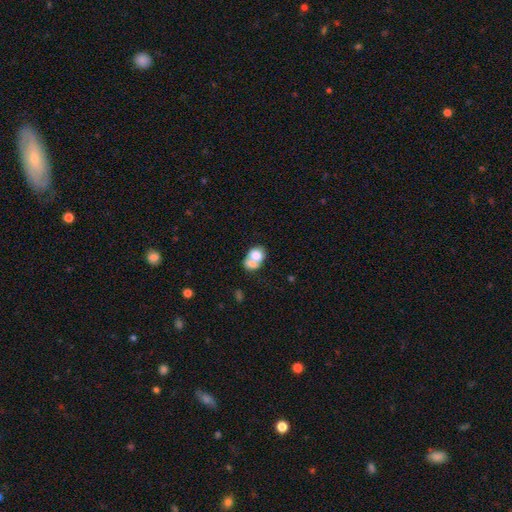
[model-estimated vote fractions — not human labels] Smooth or featured? Predicted: smooth (p=0.73). How rounded? Predicted: in between (p=0.56). Merging? Predicted: merger (p=0.63).